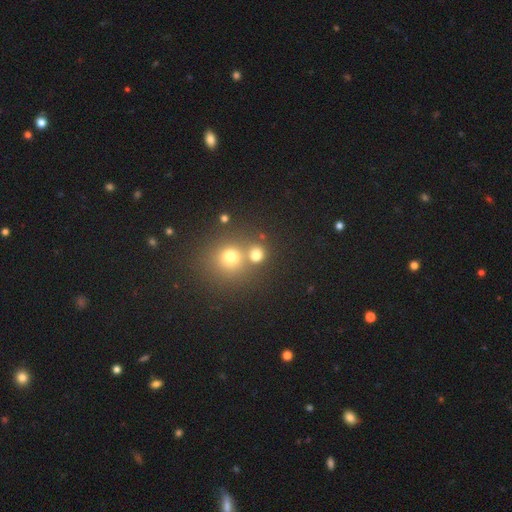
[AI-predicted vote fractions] This appears to be a smooth galaxy with no disk features (73%) that is round (86%). Merging: none (58%).